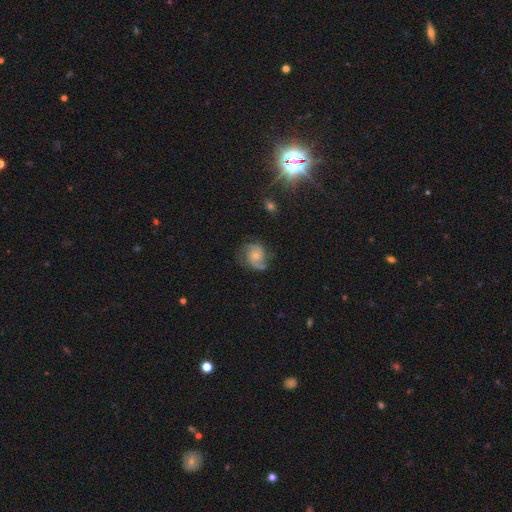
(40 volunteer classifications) A featured or disk galaxy (85%) with no bar (68%), 2 (94%) medium (59%) spiral arms (100%) and a small central bulge (59%).

Vote fractions:
- Smooth or featured? featured or disk: 85% / smooth: 8% / star or artifact: 8%
- Edge-on disk? no: 100% / yes: 0%
- Bar? no: 68% / weak: 32% / strong: 0%
- Spiral arms? yes: 100% / no: 0%
- Spiral winding? medium: 59% / loose: 29% / tight: 12%
- Spiral arm count? 2: 94% / can't tell: 6% / 1: 0% / 3: 0% / 4: 0% / more than 4: 0%
- Bulge size? small: 59% / moderate: 41% / dominant: 0% / large: 0% / none: 0%
- Merging? none: 78% / minor disturbance: 16% / major disturbance: 3% / merger: 3%